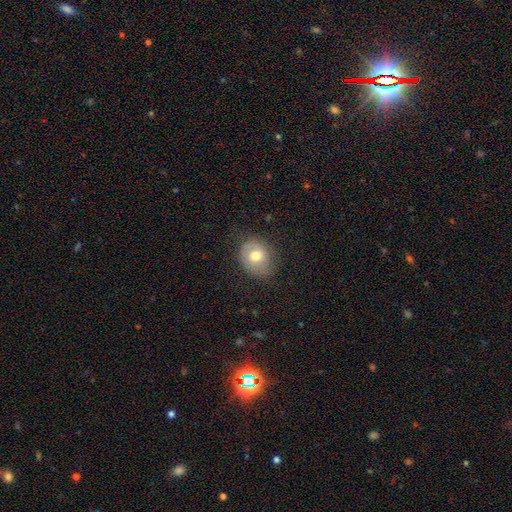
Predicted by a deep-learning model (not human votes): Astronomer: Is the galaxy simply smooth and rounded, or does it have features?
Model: smooth — 68%.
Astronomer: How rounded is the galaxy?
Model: round — 61% (runner-up: in between, 38%).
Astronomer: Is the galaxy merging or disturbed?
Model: none — 69%.